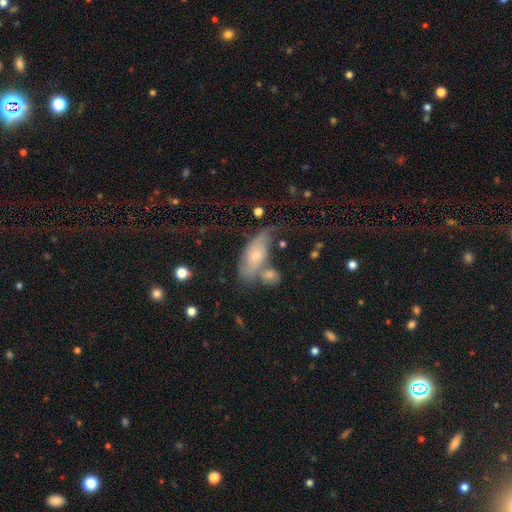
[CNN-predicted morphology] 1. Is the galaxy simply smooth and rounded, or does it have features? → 50% smooth, 41% featured or disk, 9% star or artifact.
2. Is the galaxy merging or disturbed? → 31% none, 27% merger, 22% minor disturbance, 20% major disturbance.